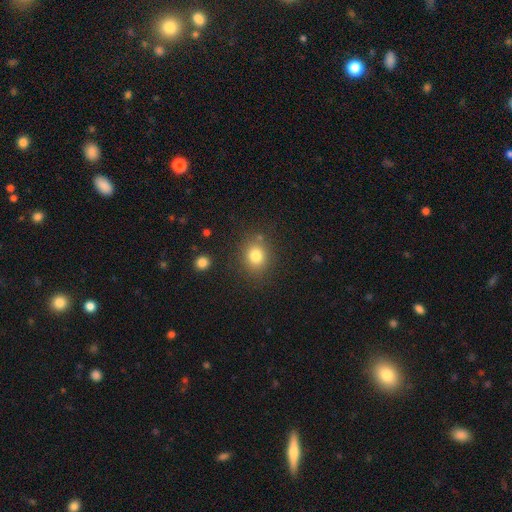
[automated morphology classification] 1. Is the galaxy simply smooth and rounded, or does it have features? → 80% smooth, 12% star or artifact, 8% featured or disk.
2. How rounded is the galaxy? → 69% round, 30% in between, 1% cigar-shaped.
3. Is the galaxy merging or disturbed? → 81% none, 11% minor disturbance, 4% merger, 4% major disturbance.